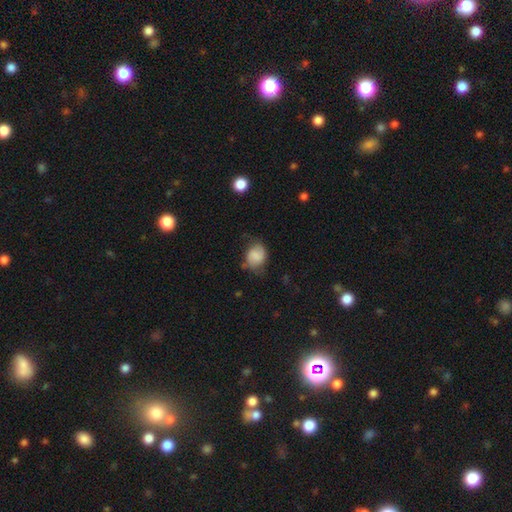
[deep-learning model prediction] This appears to be a smooth galaxy with no disk features (68%) that is round (52%). Merging: none (57%).